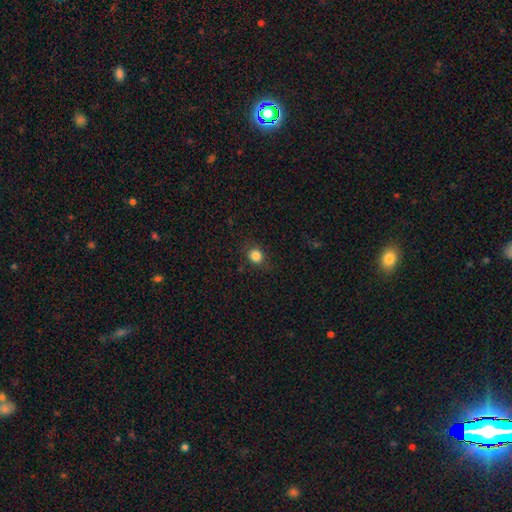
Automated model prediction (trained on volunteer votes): Morphology: type=smooth (84%); roundness=round (78%); merging=none (85%).